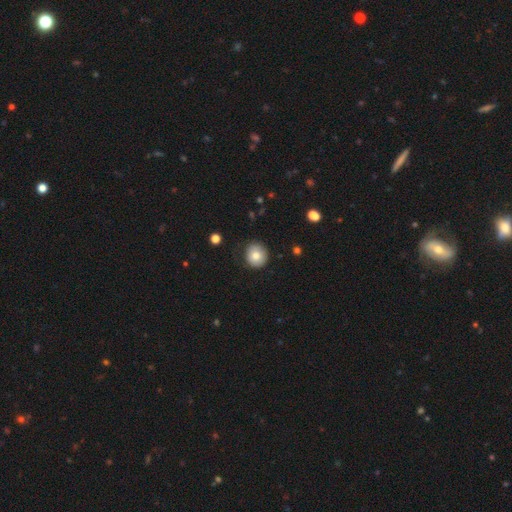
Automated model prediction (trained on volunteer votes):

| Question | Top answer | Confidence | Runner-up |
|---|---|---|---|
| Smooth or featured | smooth | 79% | featured or disk (12%) |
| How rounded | round | 87% | in between (12%) |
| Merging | none | 84% | minor disturbance (12%) |